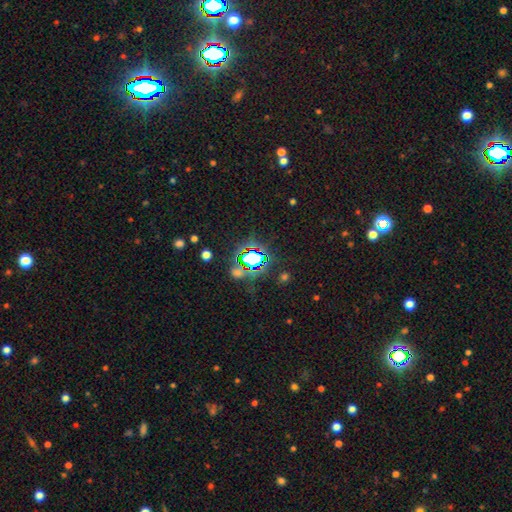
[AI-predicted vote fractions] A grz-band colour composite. It shows a star or artifact, not a galaxy (73%).